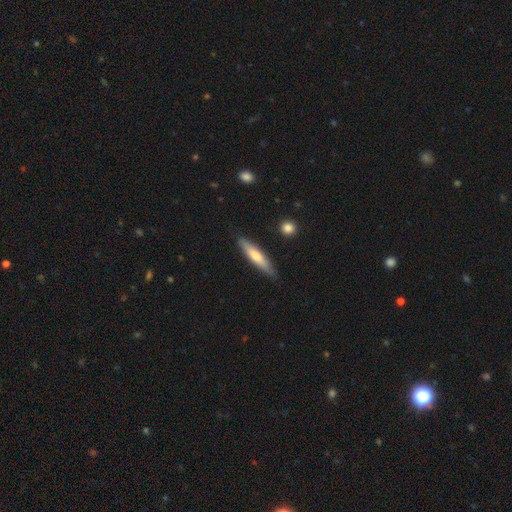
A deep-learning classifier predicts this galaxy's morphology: type=smooth (58%); roundness=cigar-shaped (86%); merging=none (86%).